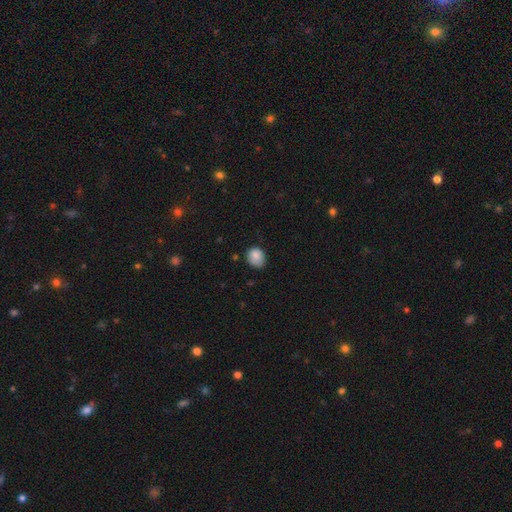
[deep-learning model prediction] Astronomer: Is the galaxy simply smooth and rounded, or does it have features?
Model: smooth — 85%.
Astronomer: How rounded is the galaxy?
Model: round — 54% (runner-up: in between, 45%).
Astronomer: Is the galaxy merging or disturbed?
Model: none — 61%.